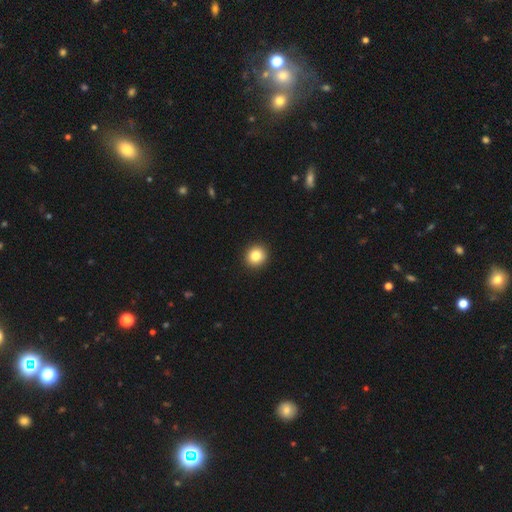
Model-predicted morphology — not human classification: This appears to be a smooth galaxy with no disk features (84%) that is round (89%). Merging: none (93%).